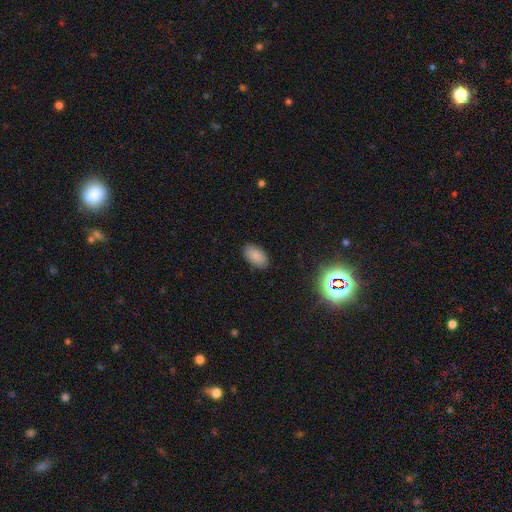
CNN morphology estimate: A smooth galaxy with no disk features (85%) that is in between round and cigar-shaped (94%).

Vote fractions:
- Smooth or featured? smooth: 85% / star or artifact: 10% / featured or disk: 5%
- How rounded? in between: 94% / round: 4% / cigar-shaped: 2%
- Merging? none: 87% / minor disturbance: 9% / major disturbance: 2% / merger: 1%